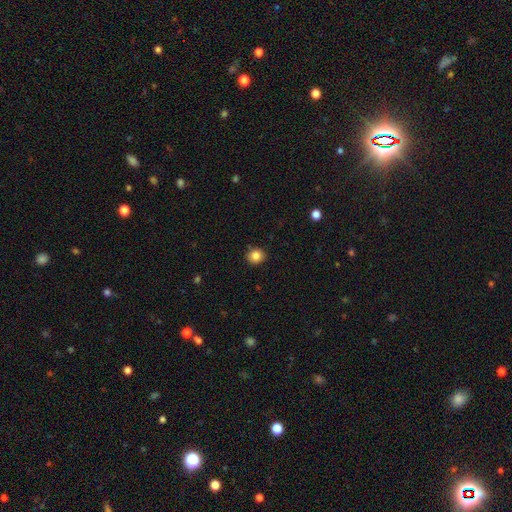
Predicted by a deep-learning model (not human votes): This appears to be a smooth galaxy with no disk features (84%) that is round (84%). Merging: none (89%).